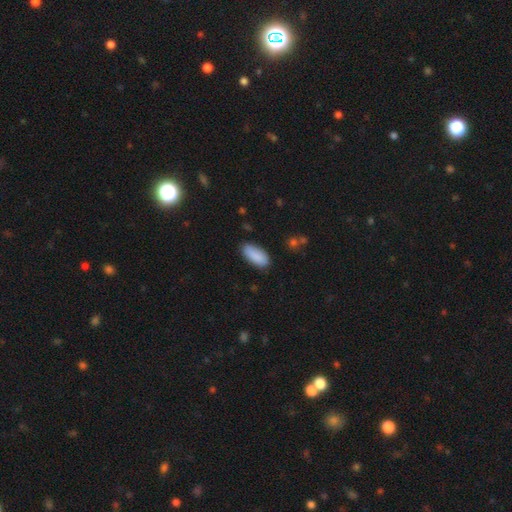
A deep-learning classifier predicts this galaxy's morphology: Smooth or featured?
  - smooth: 90% *
  - star or artifact: 6%
  - featured or disk: 4%
How rounded?
  - in between: 88% *
  - cigar-shaped: 10%
  - round: 2%
Merging?
  - none: 82% *
  - minor disturbance: 13%
  - major disturbance: 3%
  - merger: 2%